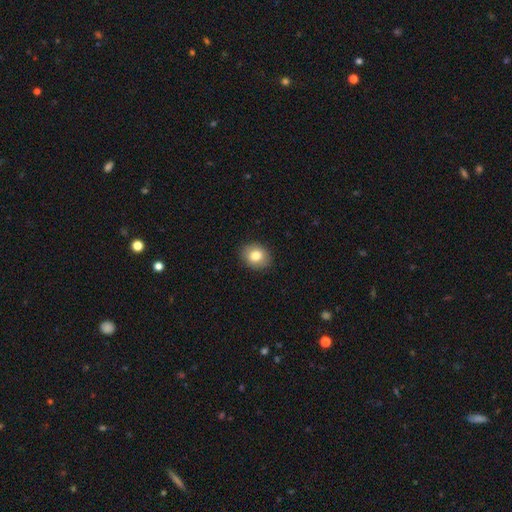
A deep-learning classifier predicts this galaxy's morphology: Smooth or featured?
  - smooth: 81% *
  - featured or disk: 11%
  - star or artifact: 9%
How rounded?
  - in between: 50% *
  - round: 49%
  - cigar-shaped: 1%
Merging?
  - none: 89% *
  - minor disturbance: 8%
  - major disturbance: 2%
  - merger: 1%